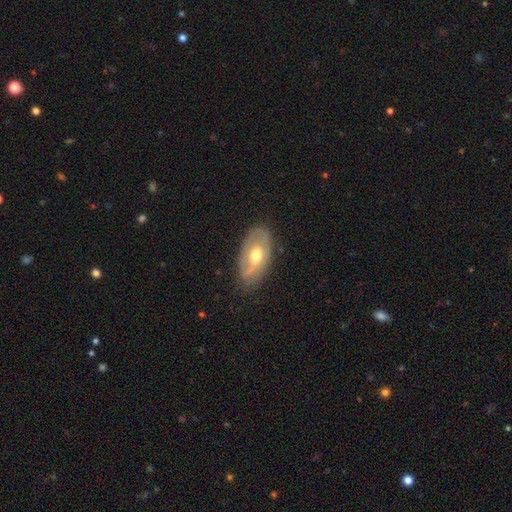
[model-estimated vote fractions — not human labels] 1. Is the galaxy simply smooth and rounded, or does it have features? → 64% featured or disk, 30% smooth, 6% star or artifact.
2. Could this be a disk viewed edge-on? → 89% no, 11% yes.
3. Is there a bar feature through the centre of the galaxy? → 62% no, 30% weak, 8% strong.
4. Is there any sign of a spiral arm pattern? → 65% yes, 35% no.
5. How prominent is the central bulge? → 73% moderate, 14% small, 11% large, 1% none, 1% dominant.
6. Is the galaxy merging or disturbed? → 75% none, 18% minor disturbance, 5% major disturbance, 1% merger.